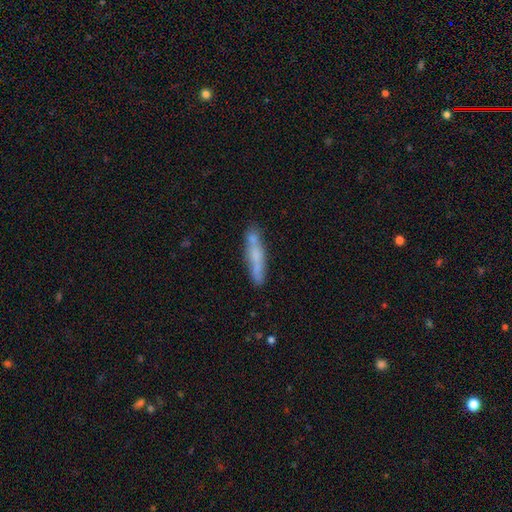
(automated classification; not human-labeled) smooth 57%, featured or disk 35%, star or artifact 7%. Down the decision tree: how rounded — cigar-shaped (90%); merging — none (72%).